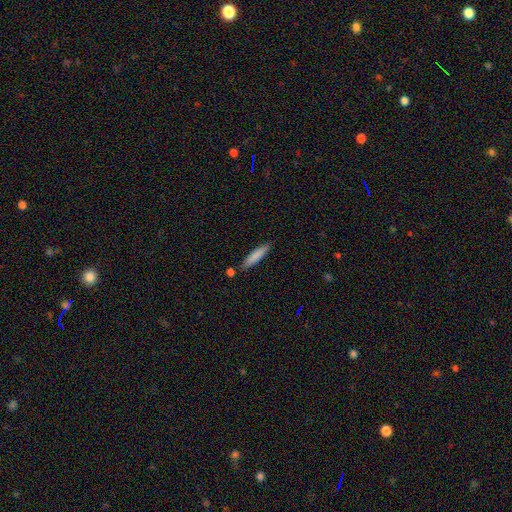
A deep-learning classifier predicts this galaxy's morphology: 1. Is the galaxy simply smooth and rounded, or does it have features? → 82% smooth, 13% featured or disk, 6% star or artifact.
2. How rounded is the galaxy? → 86% cigar-shaped, 12% in between, 1% round.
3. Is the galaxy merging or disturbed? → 82% none, 11% minor disturbance, 5% merger, 2% major disturbance.